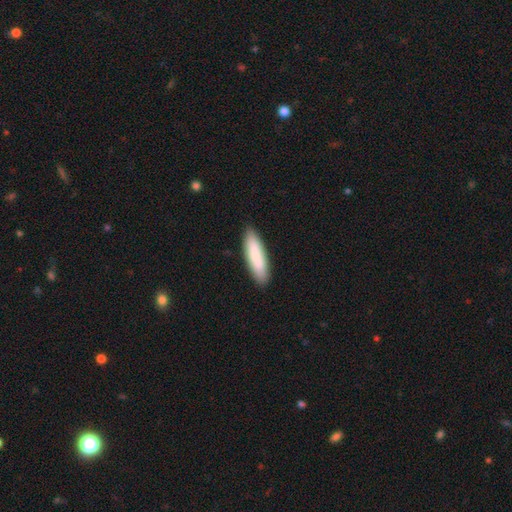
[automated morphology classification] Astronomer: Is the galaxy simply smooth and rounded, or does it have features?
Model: smooth — 86%.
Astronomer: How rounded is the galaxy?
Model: cigar-shaped — 66%.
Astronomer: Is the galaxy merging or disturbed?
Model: none — 89%.